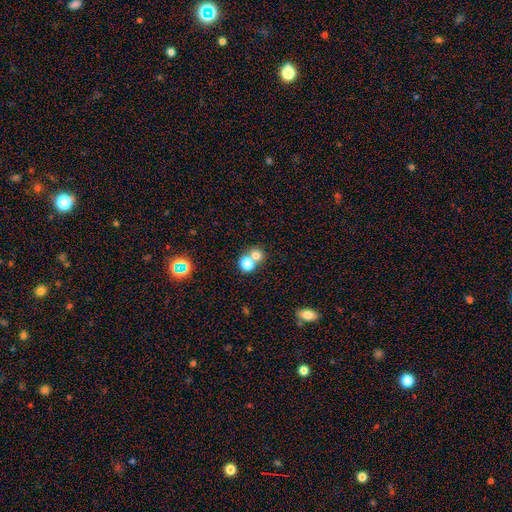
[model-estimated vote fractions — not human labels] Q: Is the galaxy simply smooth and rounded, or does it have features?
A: smooth — 73%.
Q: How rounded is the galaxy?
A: round — 81%.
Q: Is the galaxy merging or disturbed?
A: merger — 50%.